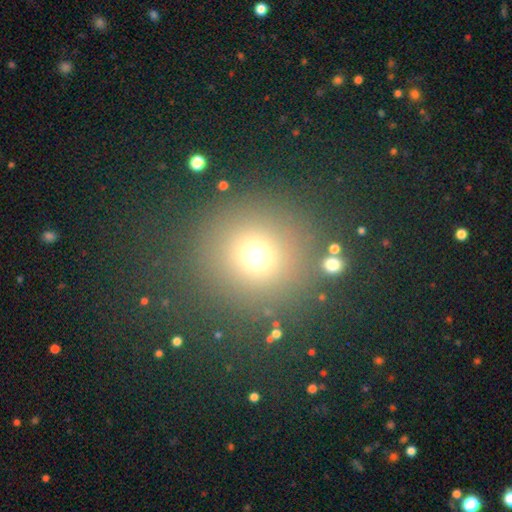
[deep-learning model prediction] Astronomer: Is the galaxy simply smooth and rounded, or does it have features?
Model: smooth — 66%.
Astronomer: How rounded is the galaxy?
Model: round — 94%.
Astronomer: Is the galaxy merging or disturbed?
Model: none — 82%.